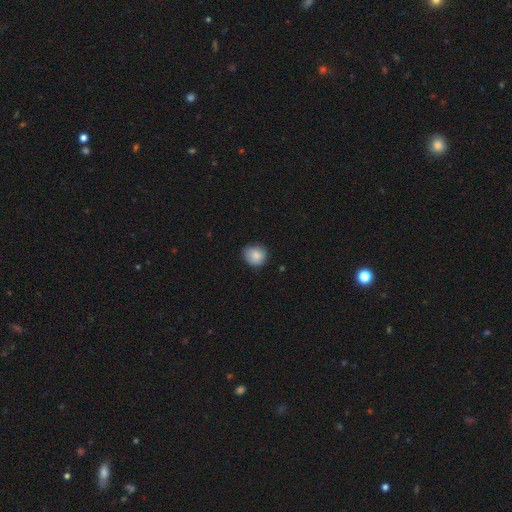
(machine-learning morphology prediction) A smooth galaxy with no disk features (85%) that is round (81%). Merging: none (77%).